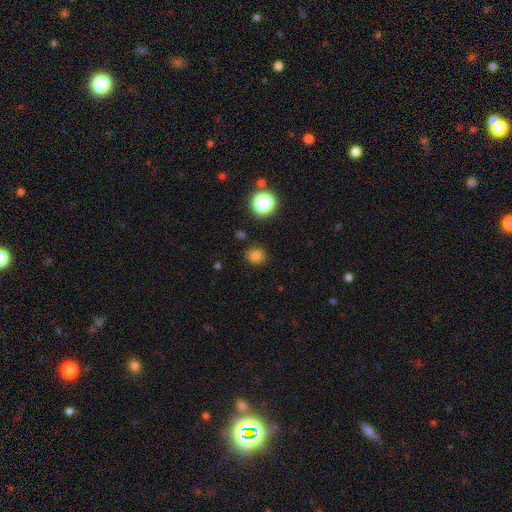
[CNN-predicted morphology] smooth 77%, star or artifact 18%, featured or disk 5%. Down the decision tree: how rounded — round (83%); merging — none (85%).